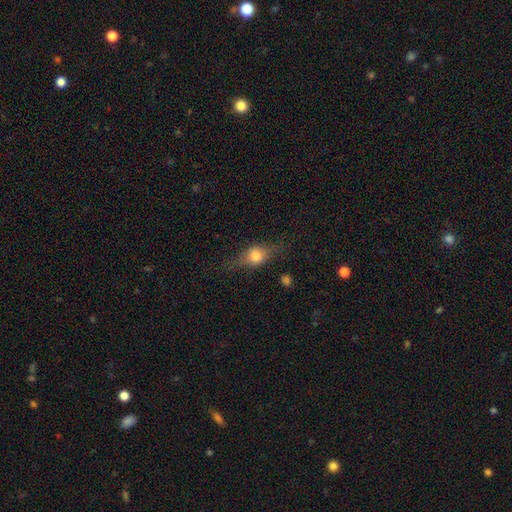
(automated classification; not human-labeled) Smooth or featured? smooth (51%)
How rounded? in between (51%)
Merging? none (72%)